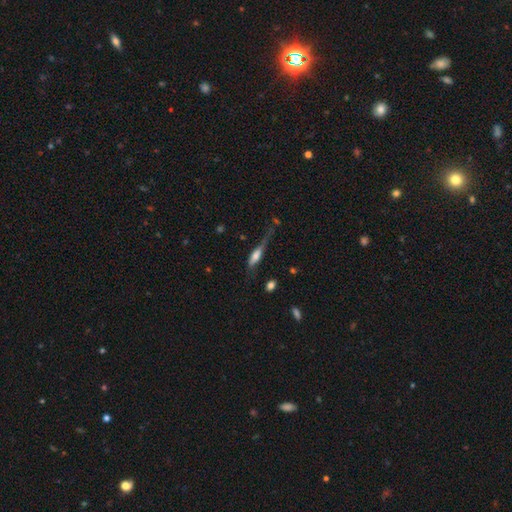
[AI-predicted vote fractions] Smooth or featured: smooth — 52% (featured or disk — 40%)
How rounded: cigar-shaped — 58% (in between — 39%)
Merging: none — 36% (major disturbance — 30%)